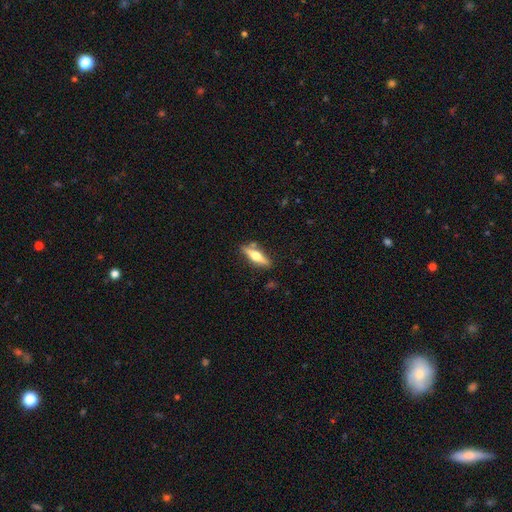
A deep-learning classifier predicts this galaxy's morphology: This appears to be a featured or disk galaxy (56%) viewed edge-on (94%) with a rounded central bulge (93%). Merging: none (81%).